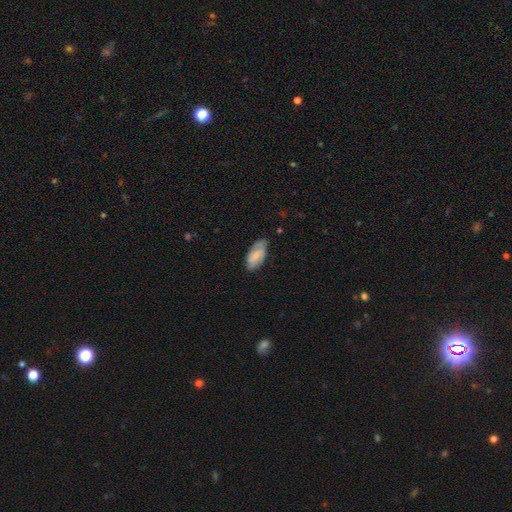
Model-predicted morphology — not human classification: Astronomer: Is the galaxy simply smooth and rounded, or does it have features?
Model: smooth — 62%.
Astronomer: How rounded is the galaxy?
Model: in between — 91%.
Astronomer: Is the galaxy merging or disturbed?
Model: none — 64%.